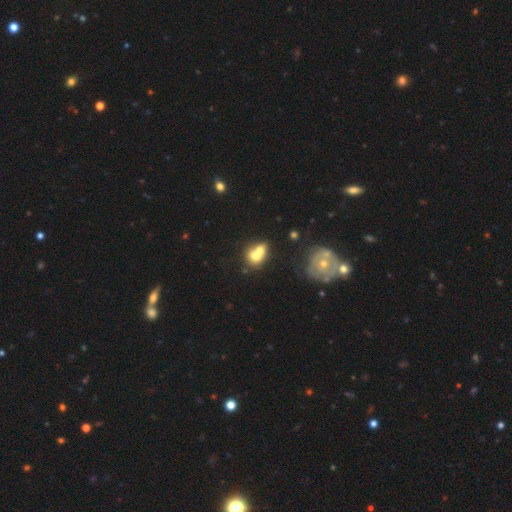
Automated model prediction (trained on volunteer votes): smooth 63%, featured or disk 27%, star or artifact 10%. Down the decision tree: how rounded — round (58%); merging — merger (69%).